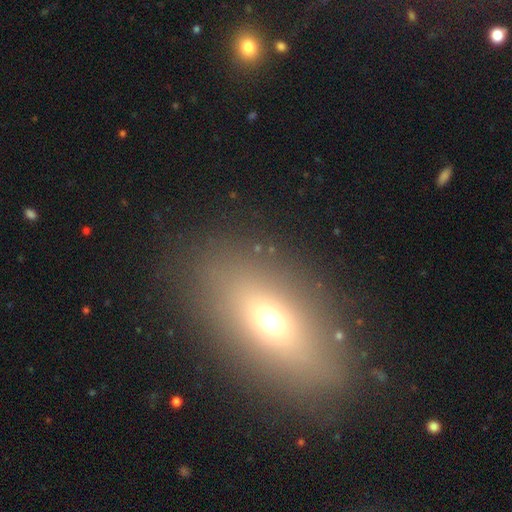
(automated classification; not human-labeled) A smooth galaxy with no disk features (61%) that is in between round and cigar-shaped (74%). Merging: none (84%).